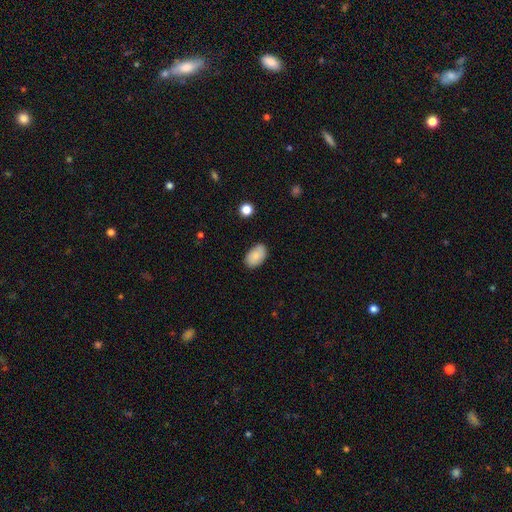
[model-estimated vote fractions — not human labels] A smooth galaxy with no disk features (83%) that is in between round and cigar-shaped (92%).

Vote fractions:
- Smooth or featured? smooth: 83% / featured or disk: 10% / star or artifact: 7%
- How rounded? in between: 92% / round: 7% / cigar-shaped: 1%
- Merging? none: 81% / minor disturbance: 15% / major disturbance: 3% / merger: 1%